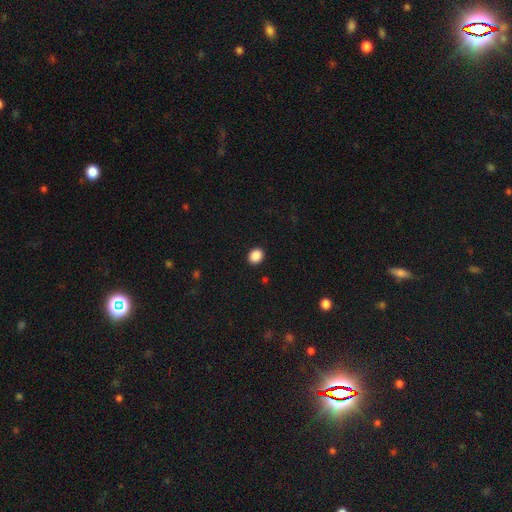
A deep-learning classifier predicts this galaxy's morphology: A smooth galaxy with no disk features (89%) that is round (56%).

Vote fractions:
- Smooth or featured? smooth: 89% / star or artifact: 9% / featured or disk: 2%
- How rounded? round: 56% / in between: 43% / cigar-shaped: 1%
- Merging? none: 92% / minor disturbance: 6% / major disturbance: 2% / merger: 1%